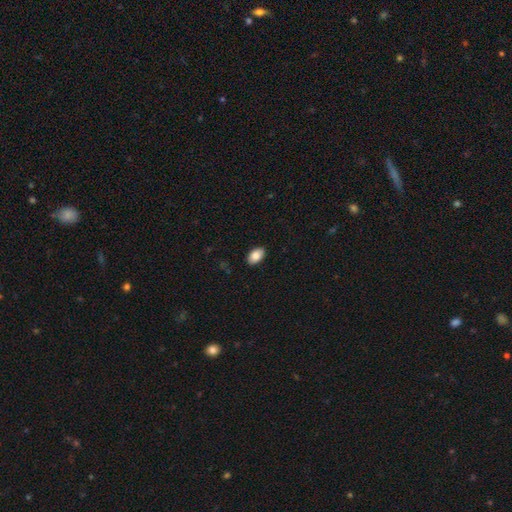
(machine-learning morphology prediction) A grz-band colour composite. It shows a smooth galaxy with no disk features (86%) that is in between round and cigar-shaped (92%). Merging: none (89%).